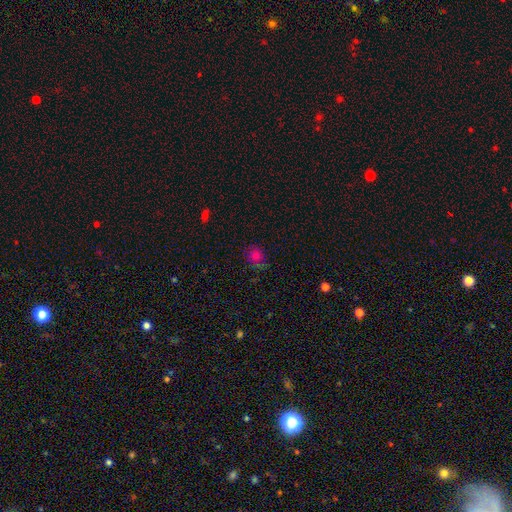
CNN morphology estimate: The model was most divided on "how rounded": round: 62%, in between: 37%, cigar-shaped: 1%. More confident: smooth or featured — smooth (72%); merging — none (64%).